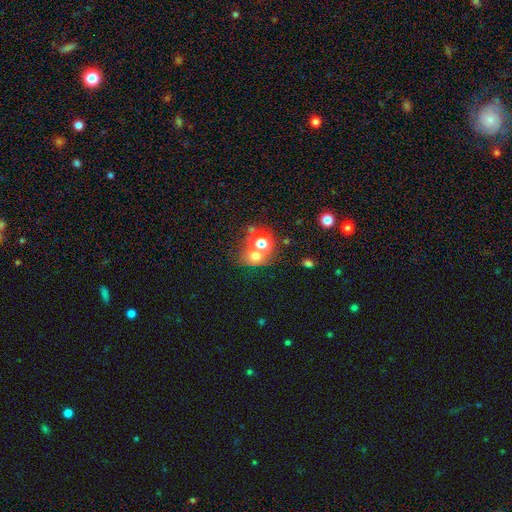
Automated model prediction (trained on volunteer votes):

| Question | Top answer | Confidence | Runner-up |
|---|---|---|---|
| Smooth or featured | smooth | 54% | star or artifact (33%) |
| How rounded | round | 66% | in between (33%) |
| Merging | none | 48% | merger (34%) |